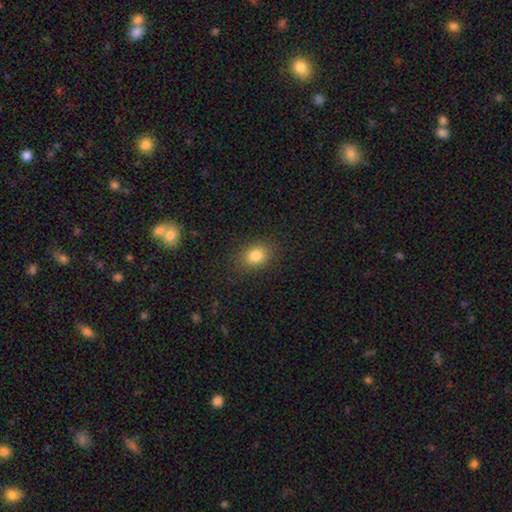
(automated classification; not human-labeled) Morphology: type=smooth (82%); roundness=in between (61%); merging=none (85%).